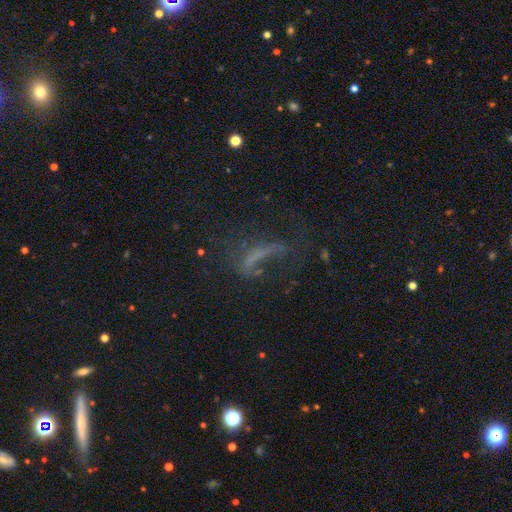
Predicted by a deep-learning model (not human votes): Smooth or featured: featured or disk — 40% (smooth — 32%)
Merging: none — 40% (major disturbance — 39%)